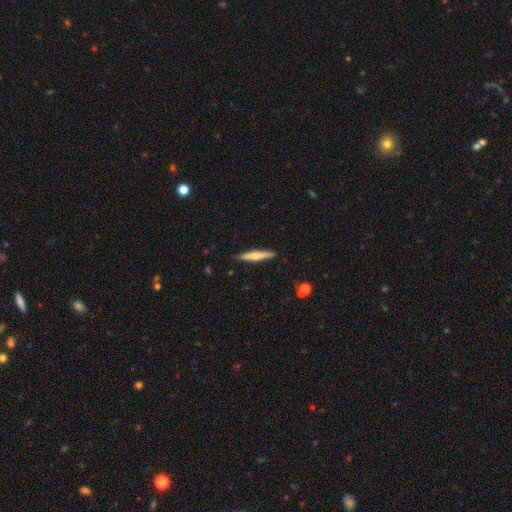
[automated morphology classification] Q: Smooth or featured?
A: smooth (47%); tied with: featured or disk (47%)
Q: Merging?
A: none (89%); runner-up: minor disturbance (8%)